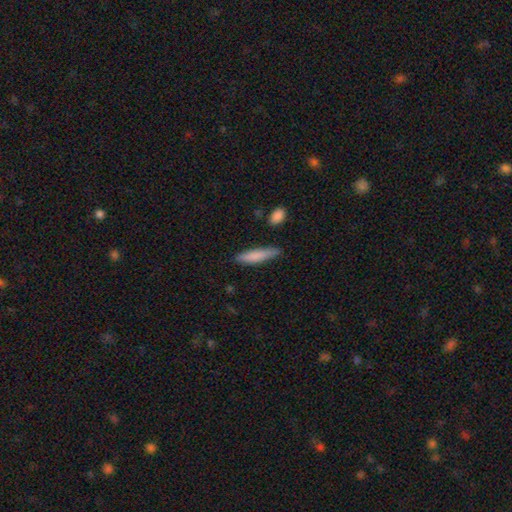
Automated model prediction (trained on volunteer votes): Morphology: type=smooth (80%); roundness=cigar-shaped (83%); merging=none (79%).